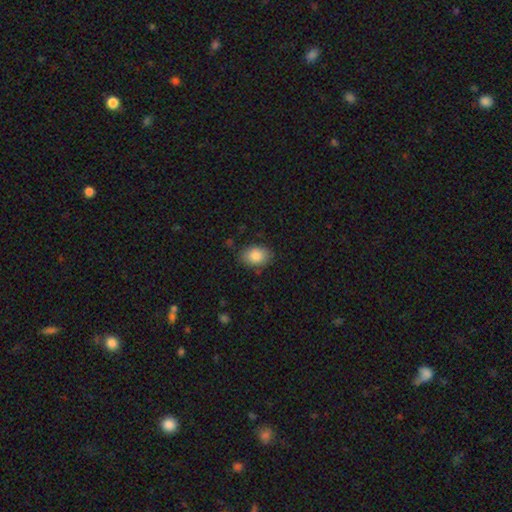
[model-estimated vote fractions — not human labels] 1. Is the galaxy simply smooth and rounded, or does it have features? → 85% smooth, 8% star or artifact, 7% featured or disk.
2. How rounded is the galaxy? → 75% in between, 24% round, 1% cigar-shaped.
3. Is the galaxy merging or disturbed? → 84% none, 12% minor disturbance, 3% major disturbance, 1% merger.